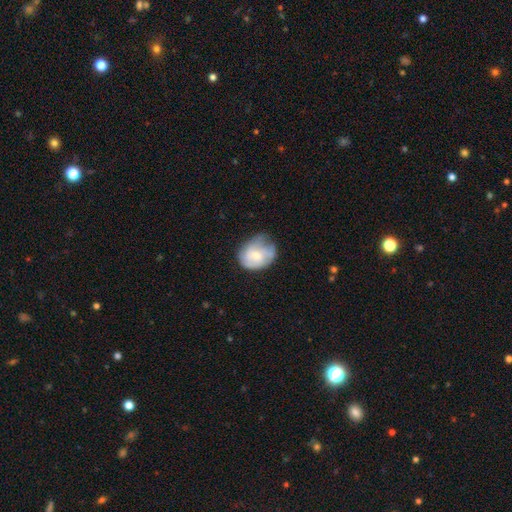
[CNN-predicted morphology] smooth_or_featured: smooth (p=0.50) [alt: featured or disk p=0.43]
merging: none (p=0.44) [alt: minor disturbance p=0.37]